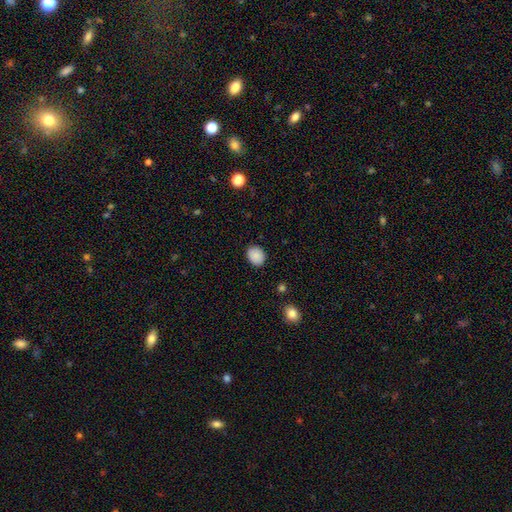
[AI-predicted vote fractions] Morphology: type=smooth (88%); roundness=in between (52%); merging=none (87%).